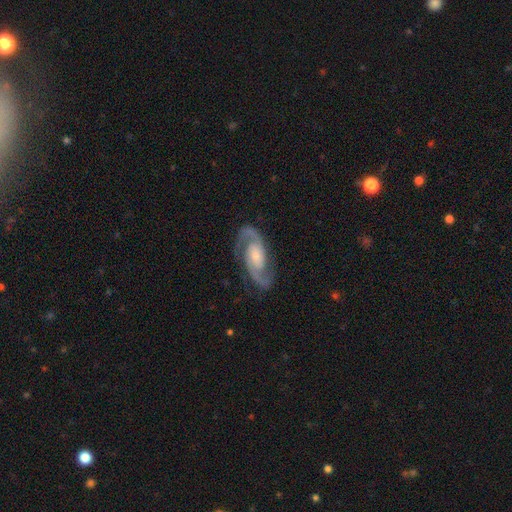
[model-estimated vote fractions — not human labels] smooth_or_featured: featured or disk (p=0.92) [alt: star or artifact p=0.04]
disk_edge_on: no (p=0.97) [alt: yes p=0.03]
bar: no (p=0.51) [alt: weak p=0.35]
has_spiral_arms: yes (p=0.98) [alt: no p=0.02]
spiral_winding: medium (p=0.57) [alt: tight p=0.30]
spiral_arm_count: 2 (p=0.94) [alt: can't tell p=0.02]
bulge_size: small (p=0.49) [alt: moderate p=0.39]
merging: none (p=0.83) [alt: minor disturbance p=0.12]